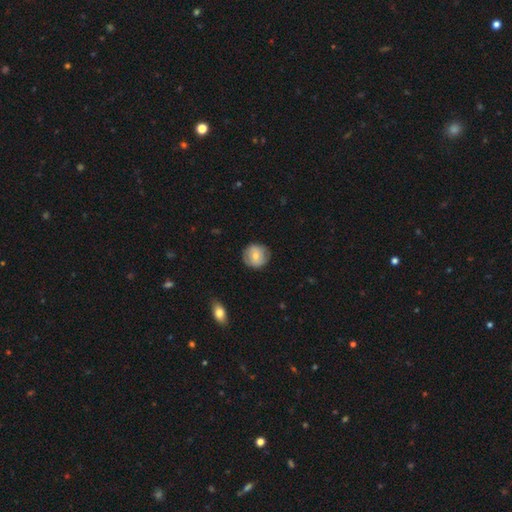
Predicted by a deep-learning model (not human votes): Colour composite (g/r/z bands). It shows a smooth galaxy with no disk features (61%) that is round (89%). Merging: none (81%).